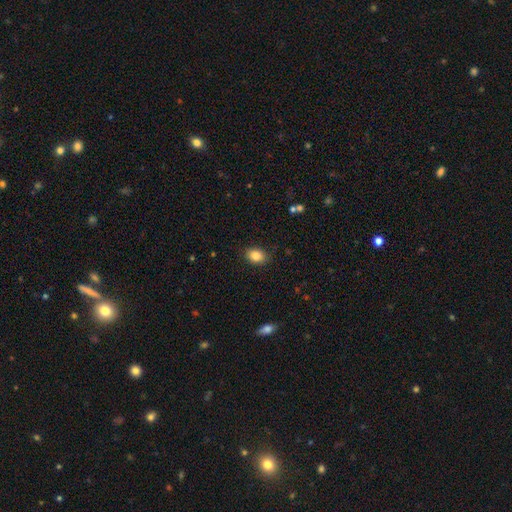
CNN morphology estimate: A smooth galaxy with no disk features (84%) that is in between round and cigar-shaped (67%). Merging: none (87%).